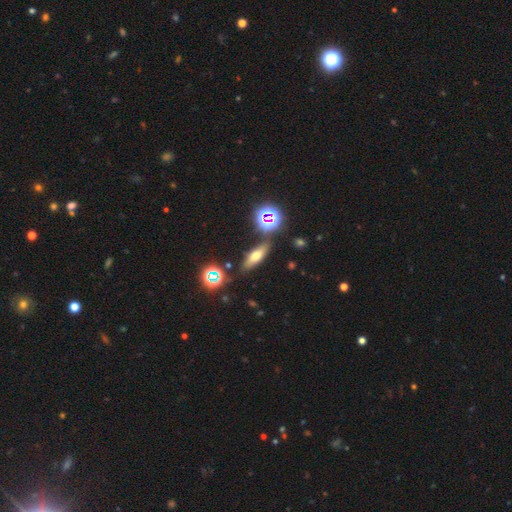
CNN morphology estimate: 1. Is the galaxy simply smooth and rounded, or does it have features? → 54% smooth, 27% featured or disk, 18% star or artifact.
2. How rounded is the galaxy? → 47% in between, 46% cigar-shaped, 7% round.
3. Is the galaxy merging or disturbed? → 81% none, 10% minor disturbance, 5% merger, 3% major disturbance.